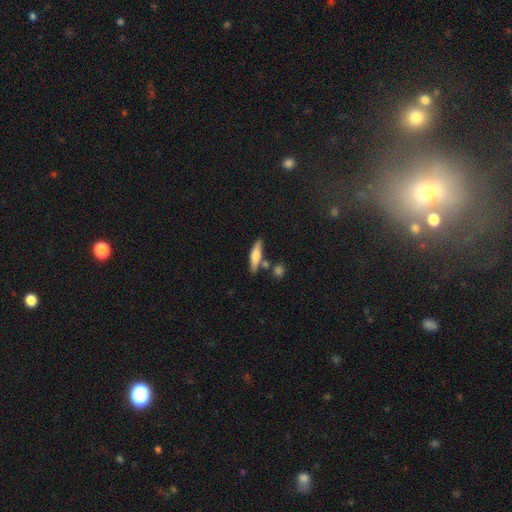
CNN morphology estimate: The model was most divided on "smooth or featured": smooth: 58%, featured or disk: 36%, star or artifact: 6%. More confident: merging — none (74%); how rounded — cigar-shaped (69%).